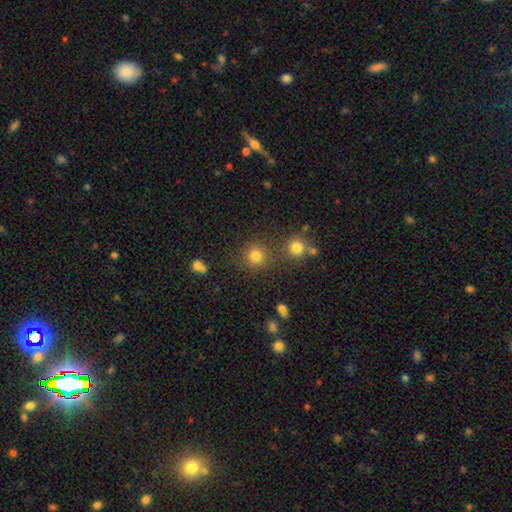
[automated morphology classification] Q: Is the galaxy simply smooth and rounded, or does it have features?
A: smooth — 79%.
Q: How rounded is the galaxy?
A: round — 91%.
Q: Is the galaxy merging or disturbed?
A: none — 75%.